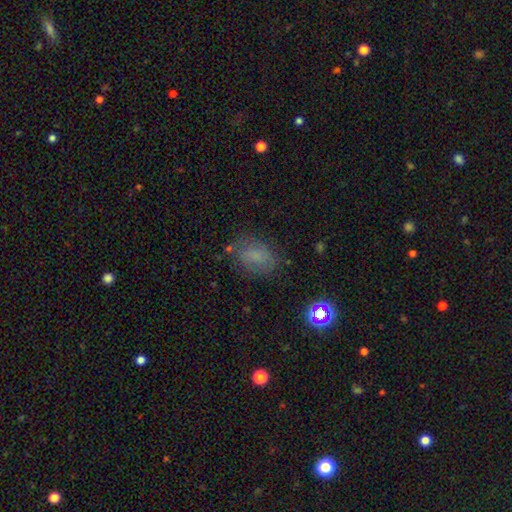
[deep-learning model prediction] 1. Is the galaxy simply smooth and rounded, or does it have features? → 65% smooth, 18% featured or disk, 17% star or artifact.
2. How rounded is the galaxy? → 78% in between, 21% round, 2% cigar-shaped.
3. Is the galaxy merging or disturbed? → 68% none, 21% minor disturbance, 9% major disturbance, 3% merger.